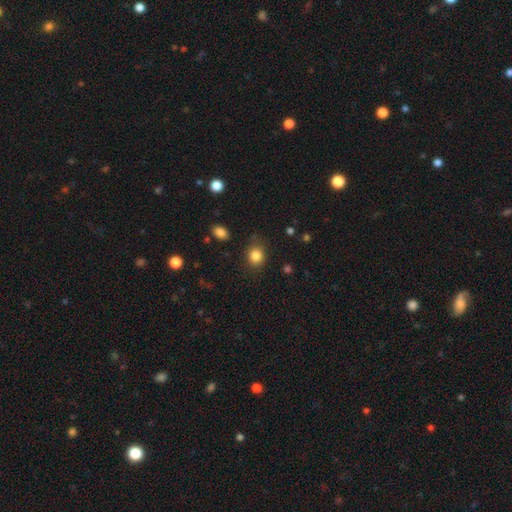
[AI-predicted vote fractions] Smooth or featured?
  - smooth: 84% *
  - star or artifact: 11%
  - featured or disk: 5%
How rounded?
  - round: 69% *
  - in between: 30%
  - cigar-shaped: 1%
Merging?
  - none: 80% *
  - minor disturbance: 14%
  - major disturbance: 4%
  - merger: 2%